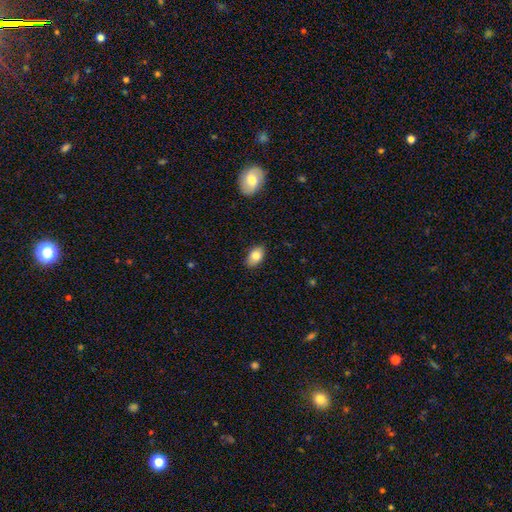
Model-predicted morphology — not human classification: type=smooth (83%); roundness=in between (90%); merging=none (86%).